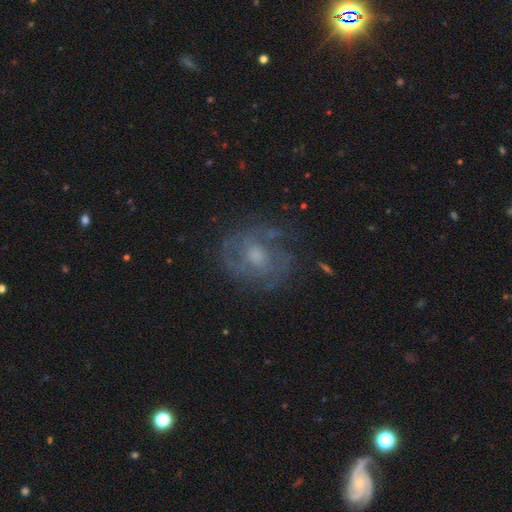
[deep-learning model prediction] Smooth or featured: featured or disk — 76% (smooth — 15%)
Edge-on disk: no — 97% (yes — 3%)
Bar: no — 65% (weak — 30%)
Spiral arms: yes — 85% (no — 15%)
Spiral winding: tight — 47% (medium — 40%)
Spiral arm count: 2 — 36% (can't tell — 33%)
Bulge size: moderate — 53% (small — 26%)
Merging: none — 72% (minor disturbance — 17%)